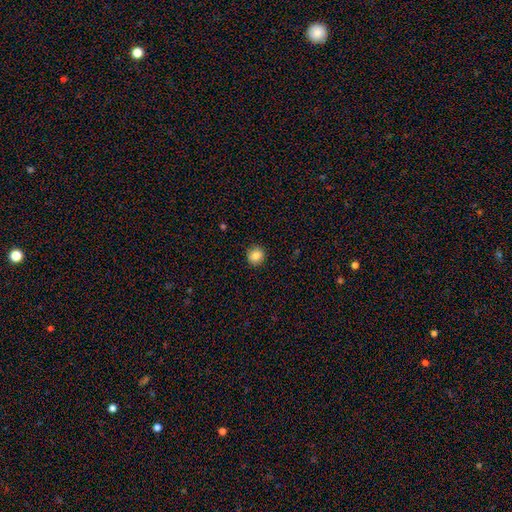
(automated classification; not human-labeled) Smooth or featured: smooth — 85% (star or artifact — 10%)
How rounded: round — 90% (in between — 10%)
Merging: none — 91% (minor disturbance — 7%)